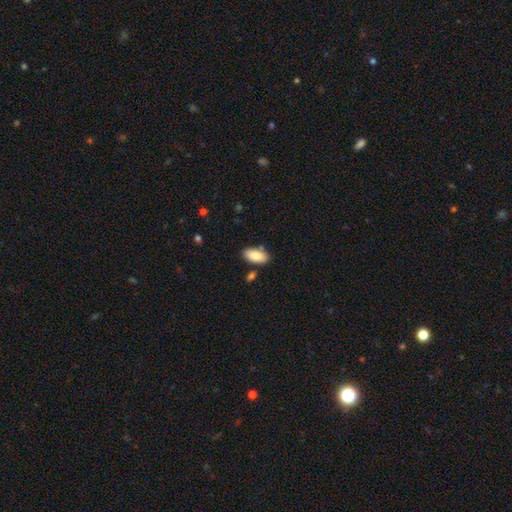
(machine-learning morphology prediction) smooth-or-featured: smooth: 84% | featured or disk: 10% | star or artifact: 6%
  how-rounded: in between: 93% | cigar-shaped: 5% | round: 2%
  merging: none: 80% | minor disturbance: 11% | merger: 6% | major disturbance: 2%